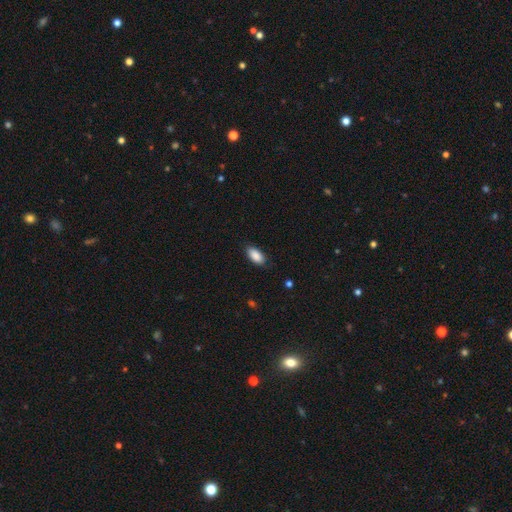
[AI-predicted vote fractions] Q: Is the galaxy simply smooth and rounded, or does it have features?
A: smooth — 89%.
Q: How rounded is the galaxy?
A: in between — 92%.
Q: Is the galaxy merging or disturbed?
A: none — 85%.